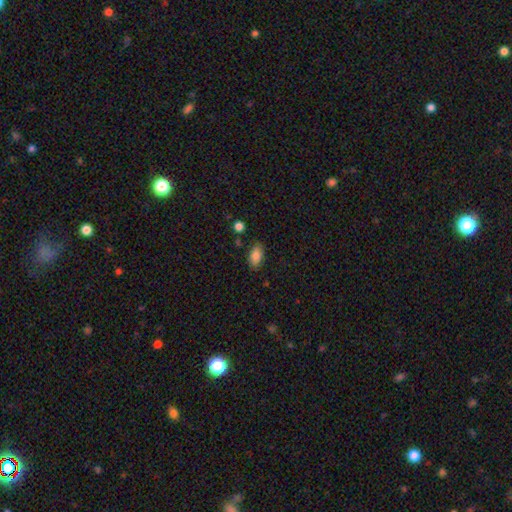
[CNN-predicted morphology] Smooth or featured: smooth — 84% (featured or disk — 8%)
How rounded: in between — 92% (round — 5%)
Merging: none — 82% (minor disturbance — 13%)